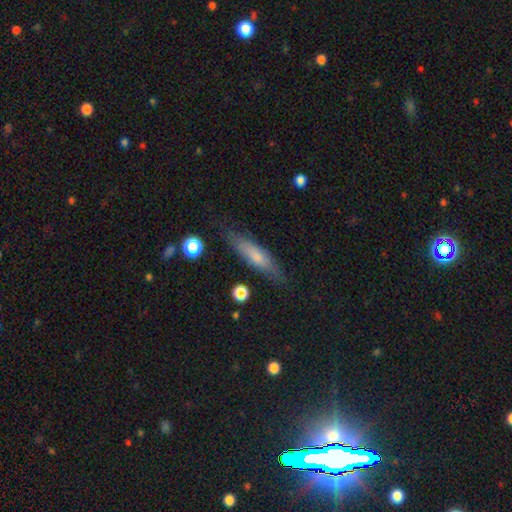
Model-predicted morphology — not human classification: A smooth galaxy with no disk features (65%) that is cigar-shaped (75%). Merging: none (79%).